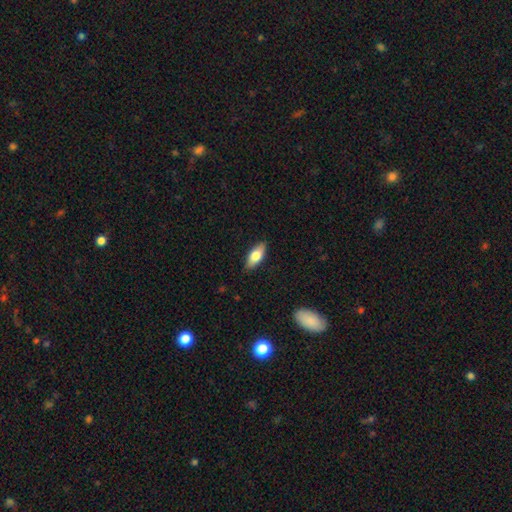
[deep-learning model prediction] A smooth galaxy with no disk features (73%) that is in between round and cigar-shaped (83%). Merging: none (87%).